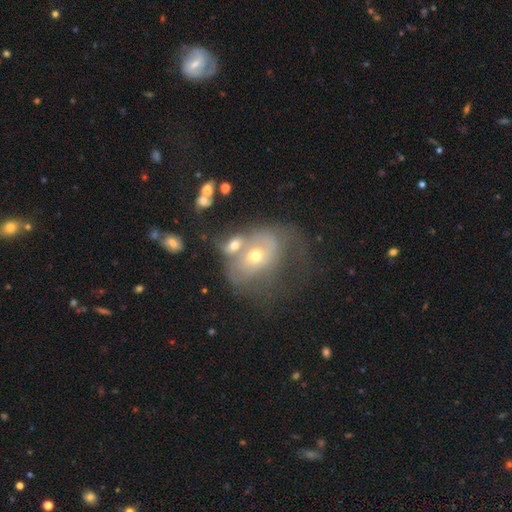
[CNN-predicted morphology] The model was most divided on "smooth or featured": featured or disk: 50%, smooth: 38%, star or artifact: 12%. Remaining: merging — merger (49%).